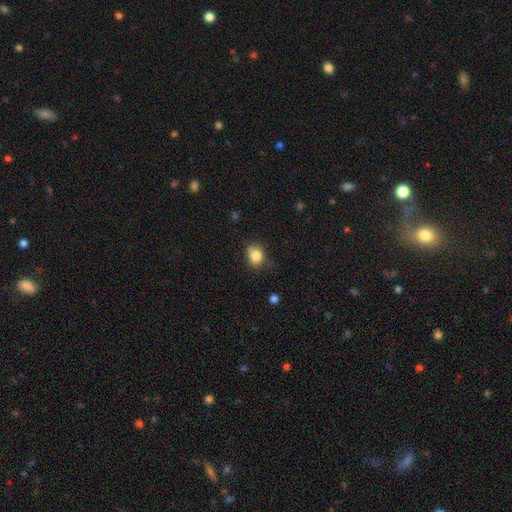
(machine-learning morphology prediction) type=smooth (83%); roundness=round (51%); merging=none (67%).